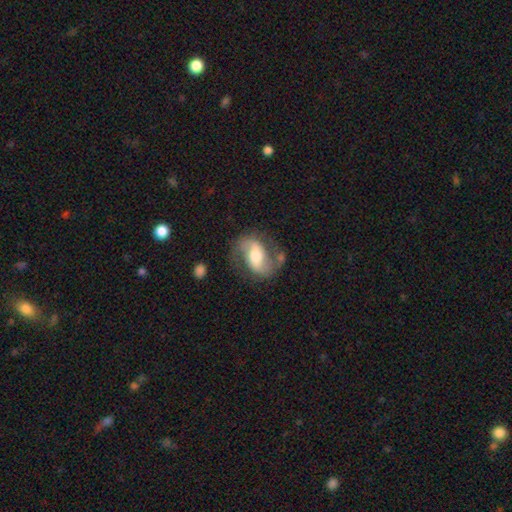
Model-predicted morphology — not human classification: Q: Smooth or featured?
A: featured or disk (77%); runner-up: smooth (17%)
Q: Edge-on disk?
A: no (96%); runner-up: yes (4%)
Q: Bar?
A: weak (38%); runner-up: strong (37%)
Q: Spiral arms?
A: yes (91%); runner-up: no (9%)
Q: Spiral winding?
A: medium (47%); runner-up: loose (39%)
Q: Spiral arm count?
A: 2 (91%); runner-up: can't tell (4%)
Q: Bulge size?
A: moderate (60%); runner-up: large (20%)
Q: Merging?
A: none (66%); runner-up: minor disturbance (18%)